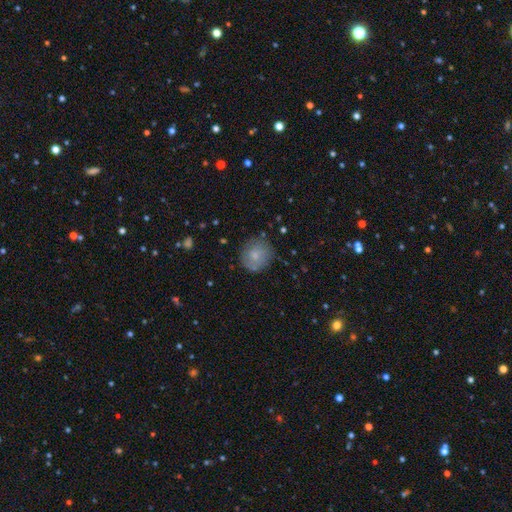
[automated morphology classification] The model was most divided on "smooth or featured": smooth: 75%, featured or disk: 17%, star or artifact: 8%. More confident: how rounded — round (88%); merging — none (77%).